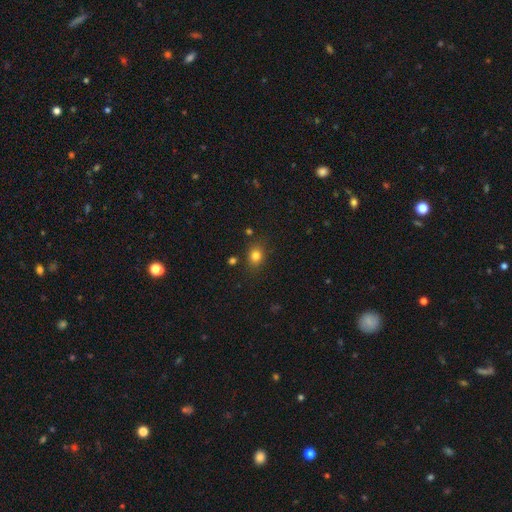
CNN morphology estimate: This appears to be a smooth galaxy with no disk features (80%) that is round (58%). Merging: none (82%).